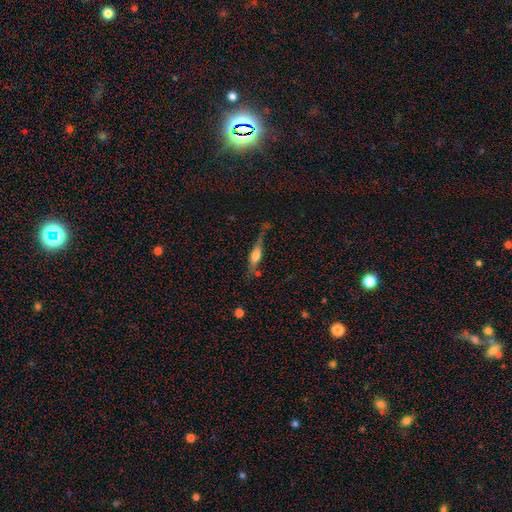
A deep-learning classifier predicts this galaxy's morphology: type=featured or disk (50%); merging=none (54%).